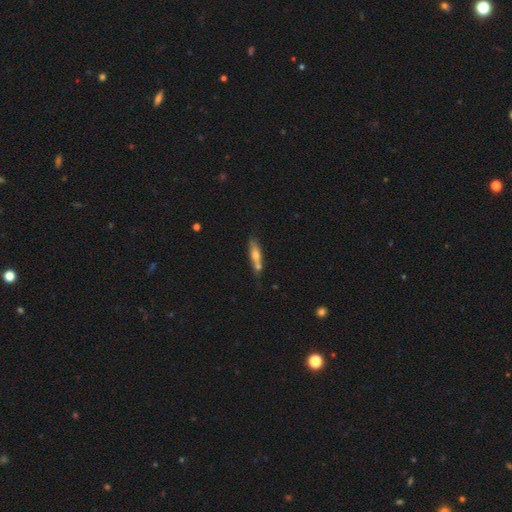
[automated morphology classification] This appears to be a smooth galaxy with no disk features (53%) that is cigar-shaped (76%). Merging: none (55%).